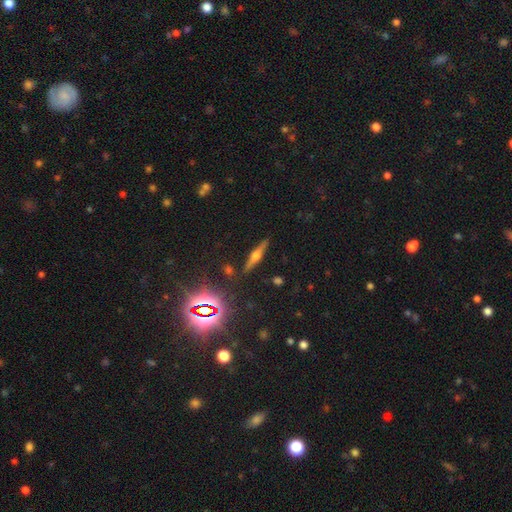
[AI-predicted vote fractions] Morphology: type=featured or disk (67%); edge-on=yes (96%); edge-on bulge=rounded (93%); merging=none (88%).